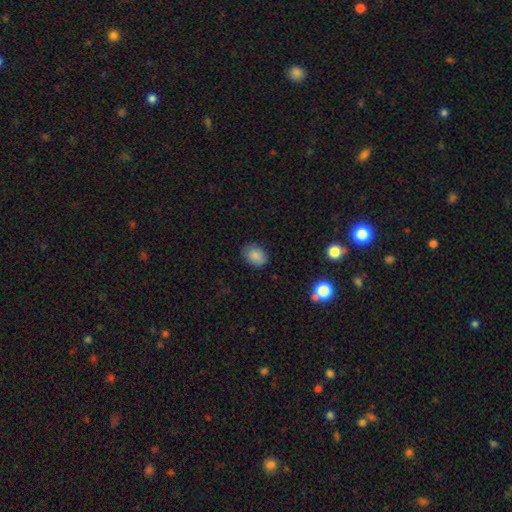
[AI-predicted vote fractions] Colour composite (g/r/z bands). It shows a smooth galaxy with no disk features (85%) that is in between round and cigar-shaped (73%). Merging: none (82%).